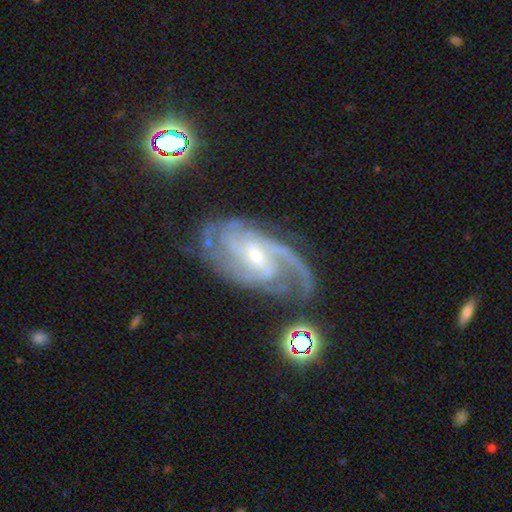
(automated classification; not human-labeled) smooth_or_featured: featured or disk (p=0.89) [alt: star or artifact p=0.06]
disk_edge_on: no (p=0.96) [alt: yes p=0.04]
bar: weak (p=0.49) [alt: no p=0.31]
has_spiral_arms: yes (p=0.98) [alt: no p=0.02]
spiral_winding: medium (p=0.45) [alt: tight p=0.43]
spiral_arm_count: 2 (p=0.28) [alt: 3 p=0.26]
bulge_size: small (p=0.68) [alt: moderate p=0.28]
merging: none (p=0.66) [alt: minor disturbance p=0.20]